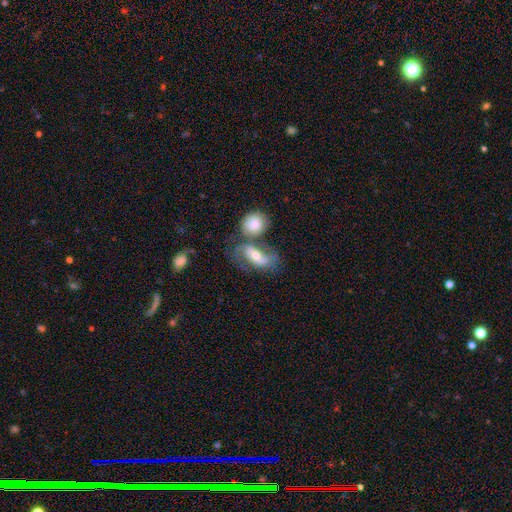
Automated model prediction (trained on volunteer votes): A featured or disk galaxy (63%) with a weak bar (35%), spiral arms (83%) and a moderate central bulge (57%). Merging: merger (38%).